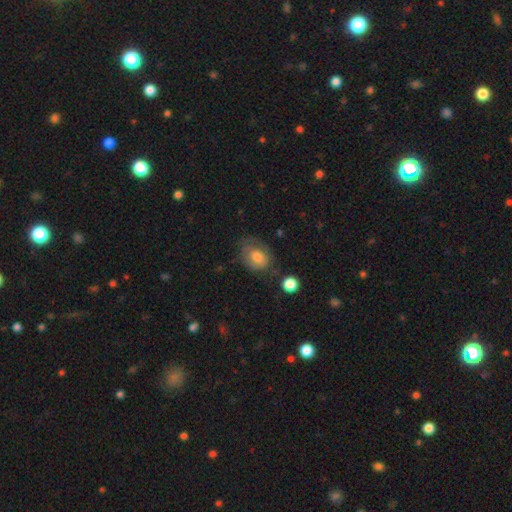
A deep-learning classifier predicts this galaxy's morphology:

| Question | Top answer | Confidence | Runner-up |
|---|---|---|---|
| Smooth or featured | smooth | 68% | featured or disk (22%) |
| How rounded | in between | 62% | round (37%) |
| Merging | none | 60% | minor disturbance (26%) |